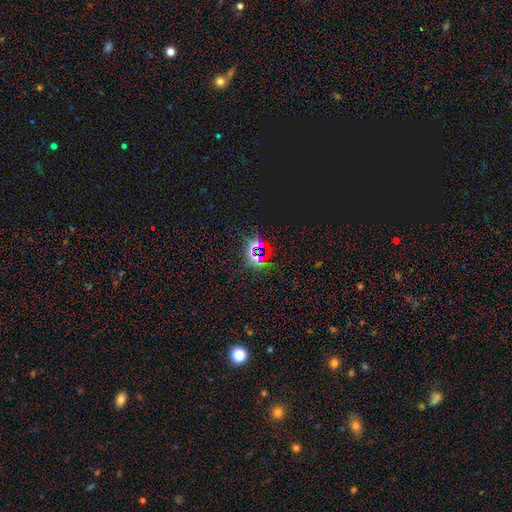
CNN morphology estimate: smooth-or-featured: star or artifact: 77% | smooth: 16% | featured or disk: 8%